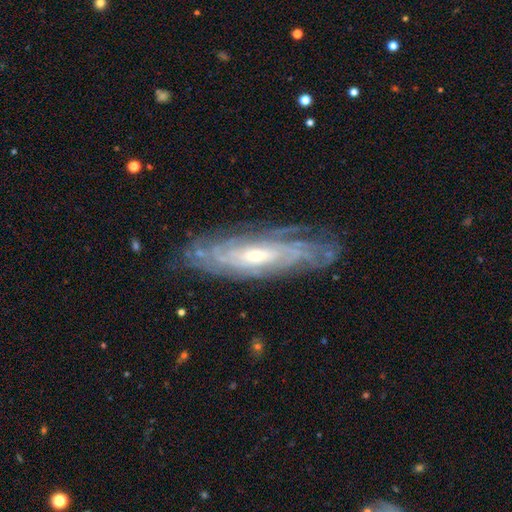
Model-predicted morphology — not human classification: A featured or disk galaxy (86%) with no bar (57%), tight (78%) spiral arms (95%) and a small central bulge (62%).

Vote fractions:
- Smooth or featured? featured or disk: 86% / smooth: 8% / star or artifact: 6%
- Edge-on disk? no: 83% / yes: 17%
- Bar? no: 57% / weak: 30% / strong: 13%
- Spiral arms? yes: 95% / no: 5%
- Spiral winding? tight: 78% / medium: 18% / loose: 4%
- Spiral arm count? can't tell: 45% / 4: 16% / more than 4: 15% / 3: 11% / 2: 9% / 1: 5%
- Bulge size? small: 62% / moderate: 34% / large: 2% / none: 1% / dominant: 1%
- Merging? none: 76% / minor disturbance: 17% / major disturbance: 6% / merger: 2%